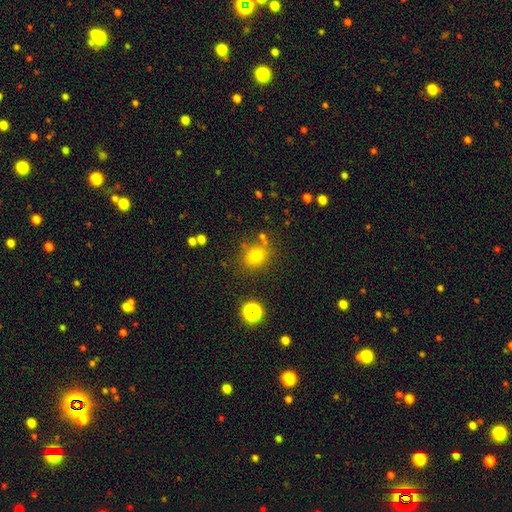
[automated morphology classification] This is likely a smooth galaxy (76%). How rounded: possibly round (55%). Merging: likely none (74%).